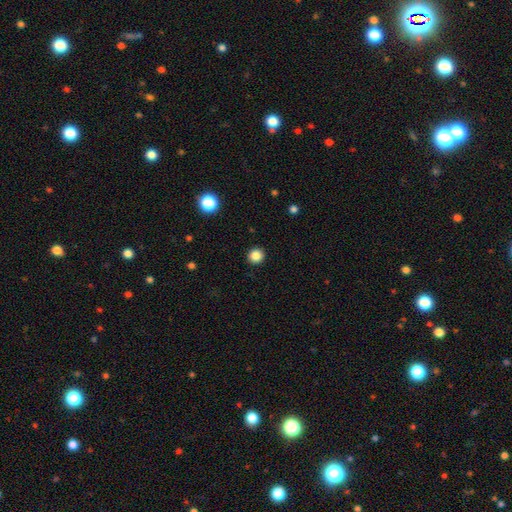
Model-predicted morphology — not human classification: This is clearly a smooth galaxy (85%). How rounded: clearly round (92%). Merging: clearly none (92%).